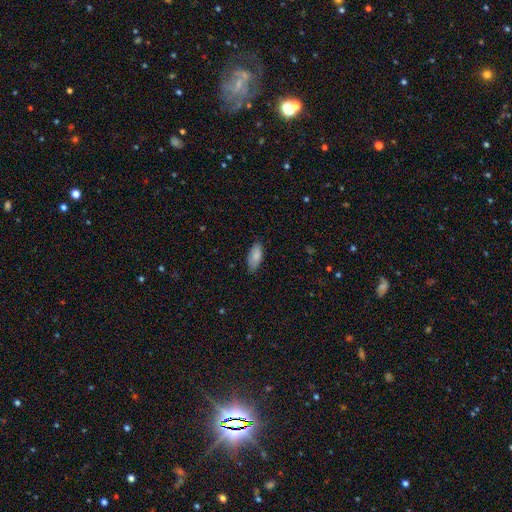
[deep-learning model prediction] A smooth galaxy with no disk features (85%) that is in between round and cigar-shaped (88%). Merging: none (79%).